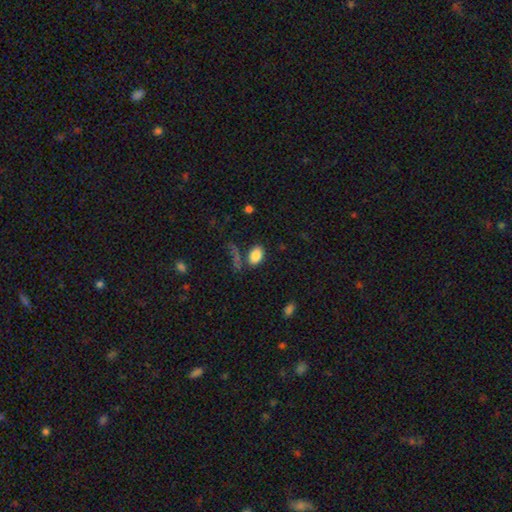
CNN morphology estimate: Overall: smooth (85%). How rounded: in between (89%). Merging: none (70%).